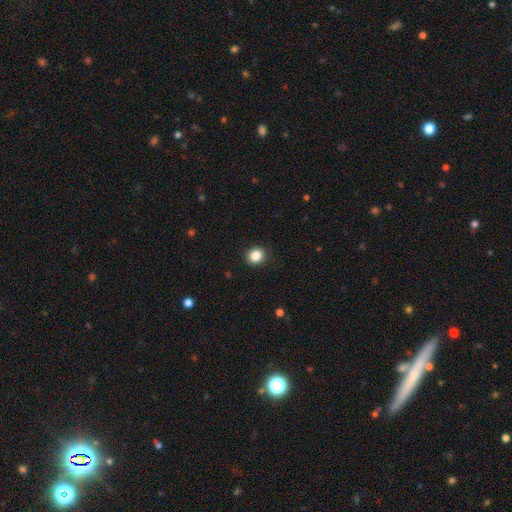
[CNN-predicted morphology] smooth-or-featured: smooth: 85% | star or artifact: 10% | featured or disk: 5%
  how-rounded: round: 85% | in between: 14% | cigar-shaped: 1%
  merging: none: 91% | minor disturbance: 6% | major disturbance: 2% | merger: 1%